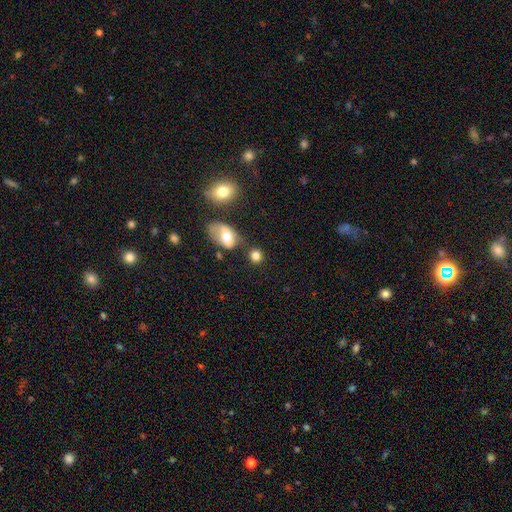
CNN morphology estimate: smooth_or_featured: smooth (p=0.81) [alt: star or artifact p=0.10]
how_rounded: round (p=0.75) [alt: in between p=0.24]
merging: none (p=0.65) [alt: merger p=0.14]